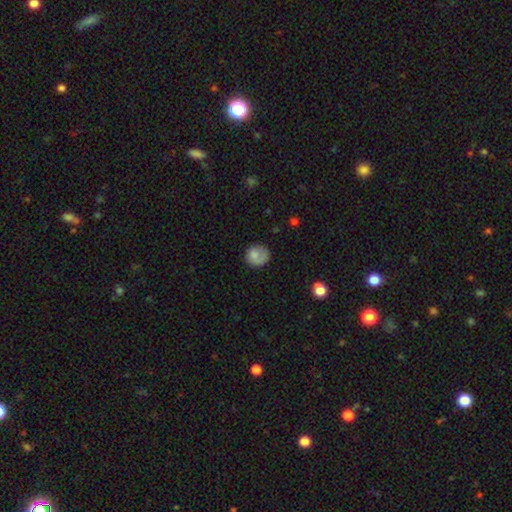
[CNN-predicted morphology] smooth-or-featured: smooth: 76% | featured or disk: 16% | star or artifact: 8%
  how-rounded: round: 81% | in between: 18% | cigar-shaped: 1%
  merging: none: 64% | minor disturbance: 21% | major disturbance: 12% | merger: 2%